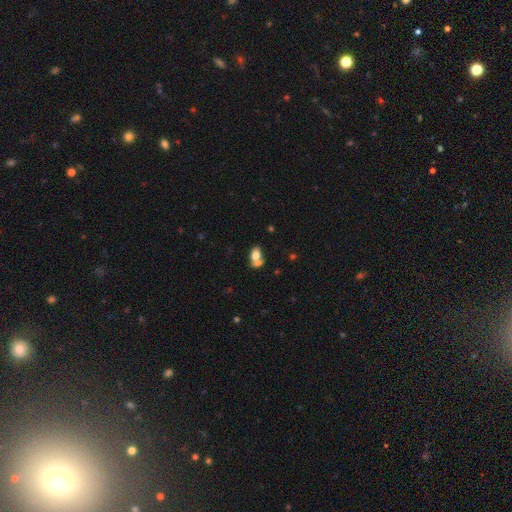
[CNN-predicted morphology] smooth_or_featured: smooth (p=0.73) [alt: featured or disk p=0.18]
how_rounded: in between (p=0.82) [alt: round p=0.15]
merging: merger (p=0.48) [alt: none p=0.36]